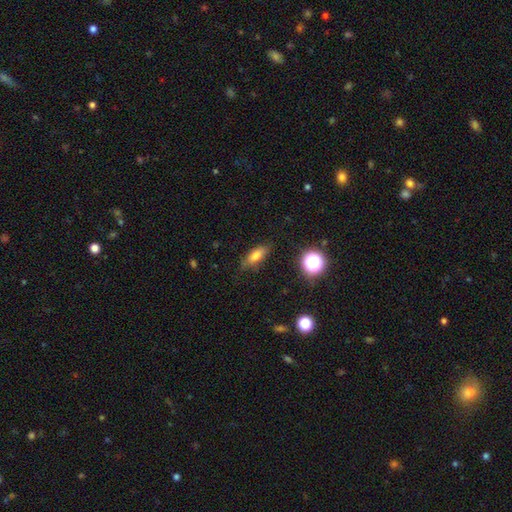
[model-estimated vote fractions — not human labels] smooth 73%, featured or disk 16%, star or artifact 12%. Down the decision tree: how rounded — in between (67%); merging — none (78%).